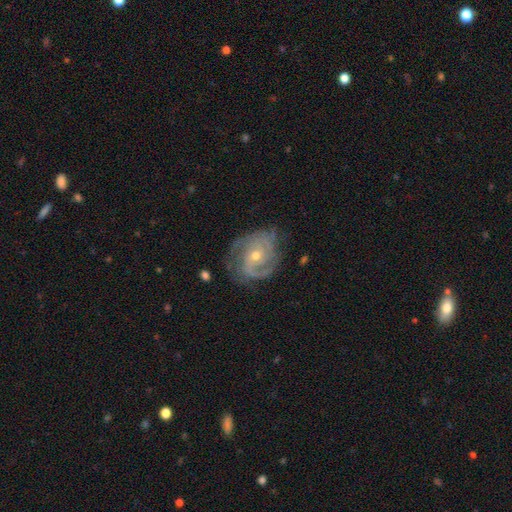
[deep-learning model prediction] The model was most divided on "spiral winding": tight: 50%, medium: 39%, loose: 10%. Remaining: edge-on disk — no (97%); spiral arms — yes (96%); smooth or featured — featured or disk (87%); merging — none (70%); bar — no (68%); bulge size — small (55%); spiral arm count — 2 (47%).